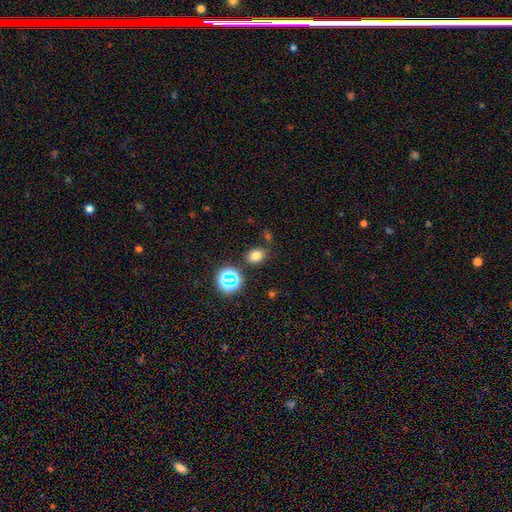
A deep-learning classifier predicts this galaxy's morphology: The model was most divided on "how rounded": in between: 60%, round: 38%, cigar-shaped: 1%. More confident: merging — none (77%); smooth or featured — smooth (75%).